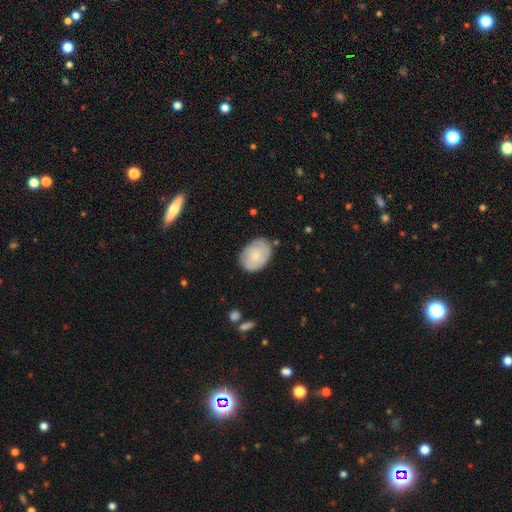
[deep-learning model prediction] Q: Smooth or featured?
A: smooth (68%); runner-up: featured or disk (26%)
Q: How rounded?
A: in between (77%); runner-up: round (22%)
Q: Merging?
A: none (75%); runner-up: minor disturbance (19%)